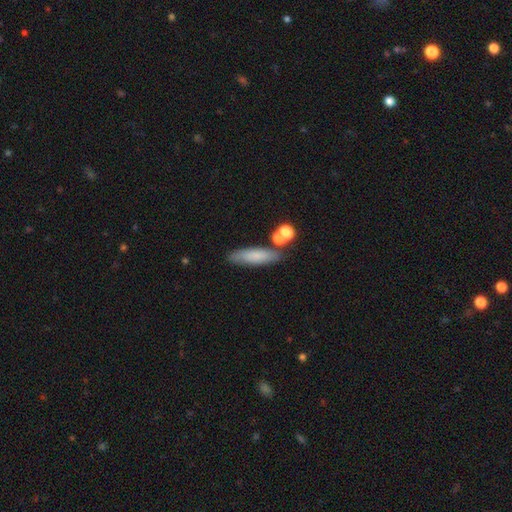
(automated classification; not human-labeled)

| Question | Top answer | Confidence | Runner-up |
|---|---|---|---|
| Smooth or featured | smooth | 73% | featured or disk (18%) |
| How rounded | cigar-shaped | 65% | in between (31%) |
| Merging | none | 72% | minor disturbance (14%) |